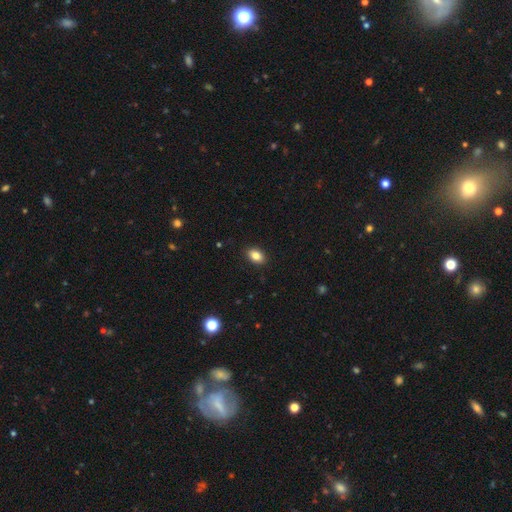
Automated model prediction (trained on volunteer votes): Q: Smooth or featured?
A: smooth (84%); runner-up: star or artifact (9%)
Q: How rounded?
A: in between (85%); runner-up: round (14%)
Q: Merging?
A: none (89%); runner-up: minor disturbance (8%)